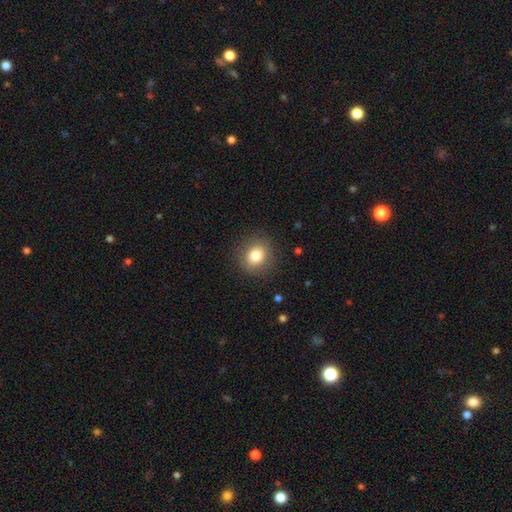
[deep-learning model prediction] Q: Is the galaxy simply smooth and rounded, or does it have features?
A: smooth — 80%.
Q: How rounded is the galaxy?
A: round — 81%.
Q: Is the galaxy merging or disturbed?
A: none — 88%.